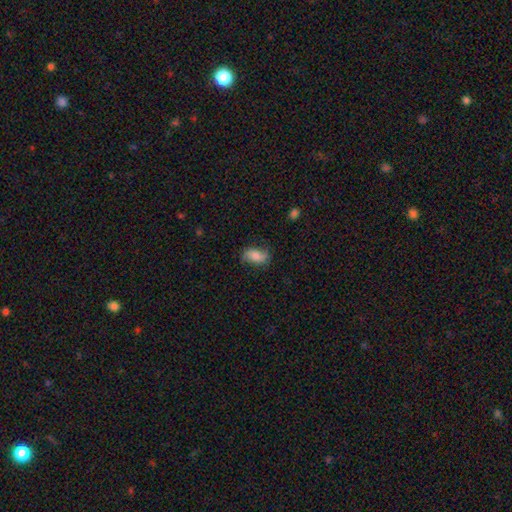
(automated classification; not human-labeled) Smooth or featured?
  - smooth: 61% *
  - featured or disk: 31%
  - star or artifact: 8%
How rounded?
  - in between: 89% *
  - round: 7%
  - cigar-shaped: 4%
Merging?
  - none: 71% *
  - minor disturbance: 21%
  - major disturbance: 6%
  - merger: 1%